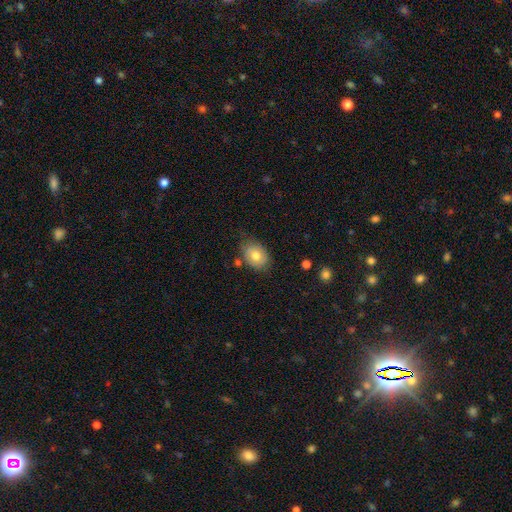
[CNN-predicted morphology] Overall: smooth (74%). How rounded: in between (67%; round 32%). Merging: none (69%).